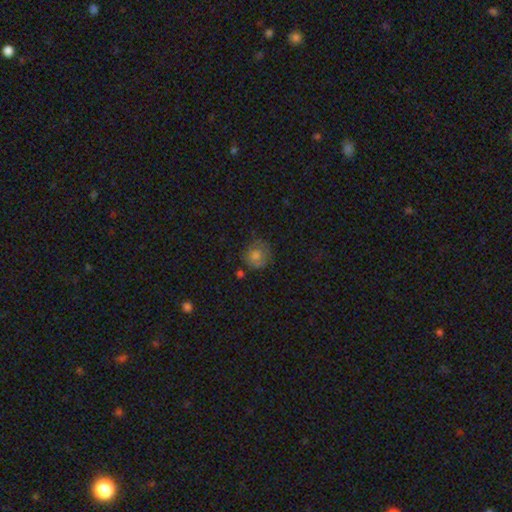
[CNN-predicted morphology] Smooth or featured? smooth (73%)
How rounded? round (84%)
Merging? none (68%)